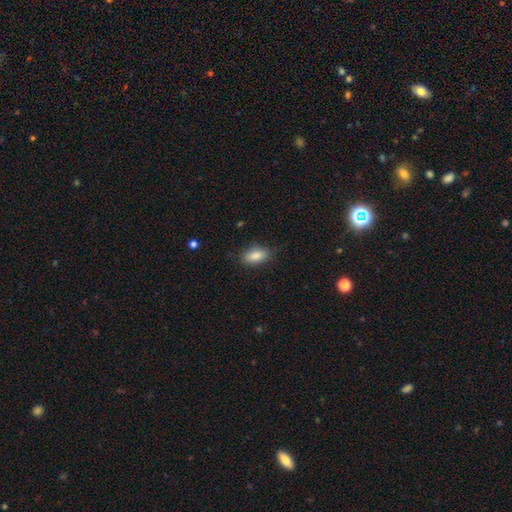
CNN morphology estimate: Smooth or featured?
  - smooth: 86% *
  - star or artifact: 7%
  - featured or disk: 6%
How rounded?
  - in between: 88% *
  - cigar-shaped: 9%
  - round: 3%
Merging?
  - none: 82% *
  - minor disturbance: 13%
  - major disturbance: 3%
  - merger: 1%